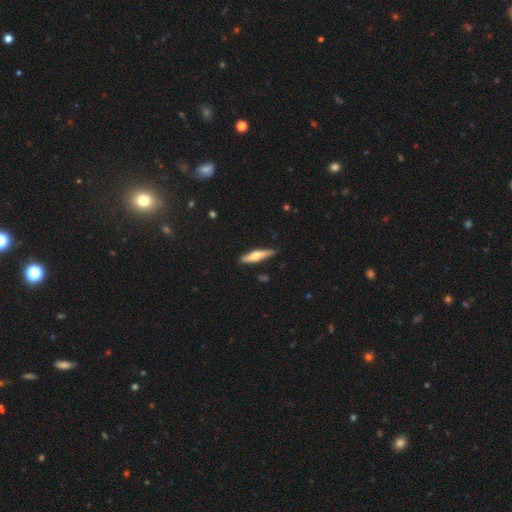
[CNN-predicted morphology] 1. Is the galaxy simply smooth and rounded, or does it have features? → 49% smooth, 46% featured or disk, 5% star or artifact.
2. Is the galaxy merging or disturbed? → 83% none, 13% minor disturbance, 2% major disturbance, 2% merger.